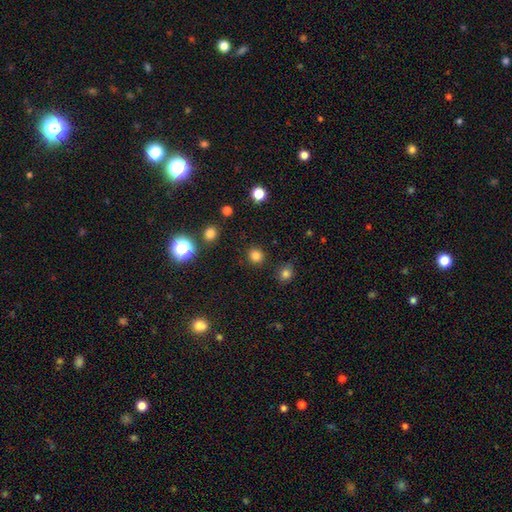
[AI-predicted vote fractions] smooth 81%, star or artifact 15%, featured or disk 4%. Down the decision tree: how rounded — round (90%); merging — none (89%).